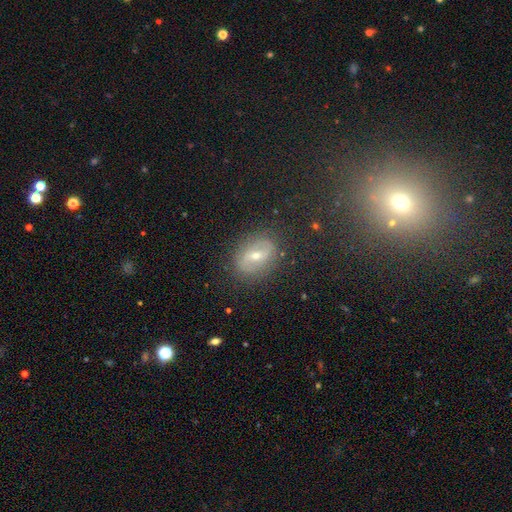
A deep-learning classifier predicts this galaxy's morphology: Smooth or featured? Predicted: featured or disk (p=0.62). Edge-on disk? Predicted: no (p=0.93). Bar? Predicted: weak (p=0.41). Spiral arms? Predicted: yes (p=0.58). Bulge size? Predicted: moderate (p=0.51). Merging? Predicted: none (p=0.83).